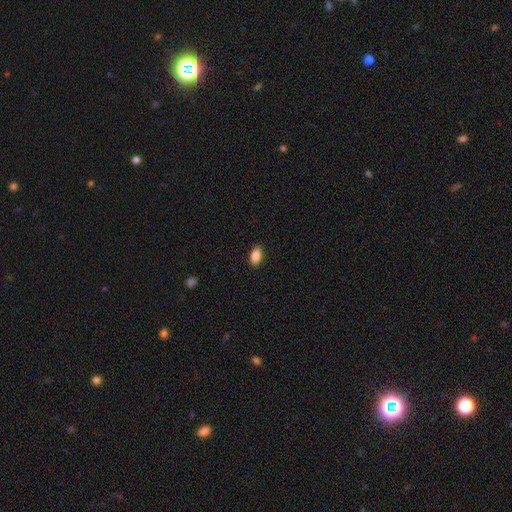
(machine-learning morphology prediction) type=smooth (88%); roundness=in between (91%); merging=none (89%).